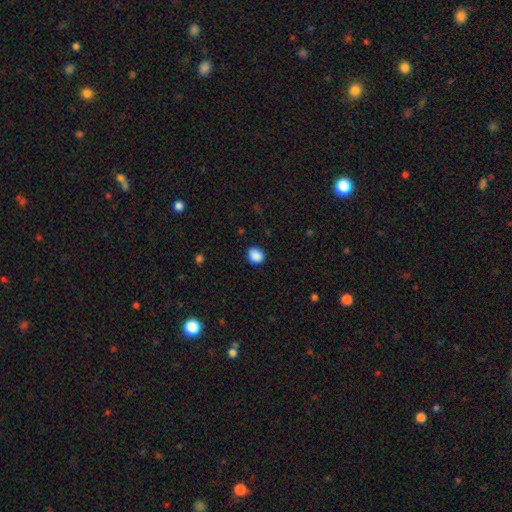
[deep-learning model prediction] Smooth or featured?
  - smooth: 89% *
  - star or artifact: 9%
  - featured or disk: 3%
How rounded?
  - round: 70% *
  - in between: 29%
  - cigar-shaped: 1%
Merging?
  - none: 87% *
  - minor disturbance: 10%
  - major disturbance: 2%
  - merger: 1%